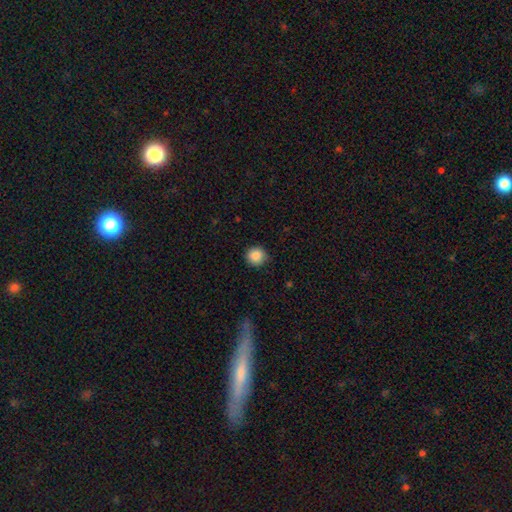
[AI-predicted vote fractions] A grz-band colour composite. It shows a smooth galaxy with no disk features (88%) that is round (93%). Merging: none (86%).